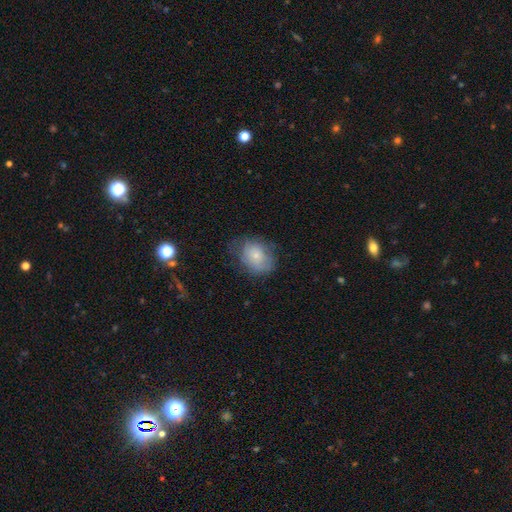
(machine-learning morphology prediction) type=smooth (65%); roundness=in between (57%); merging=none (56%).